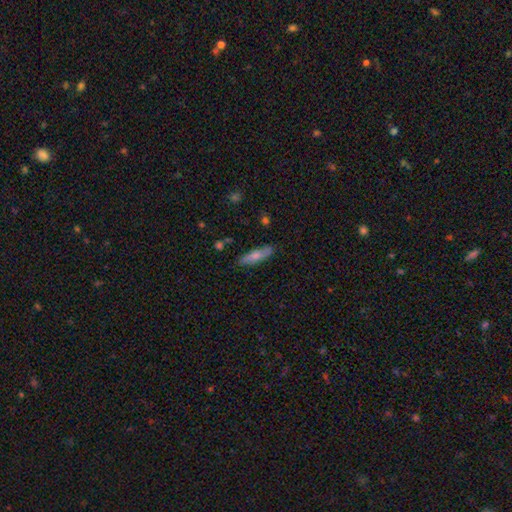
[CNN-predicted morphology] A smooth galaxy with no disk features (72%) that is cigar-shaped (66%).

Vote fractions:
- Smooth or featured? smooth: 72% / featured or disk: 22% / star or artifact: 6%
- How rounded? cigar-shaped: 66% / in between: 32% / round: 2%
- Merging? none: 82% / minor disturbance: 13% / major disturbance: 3% / merger: 2%